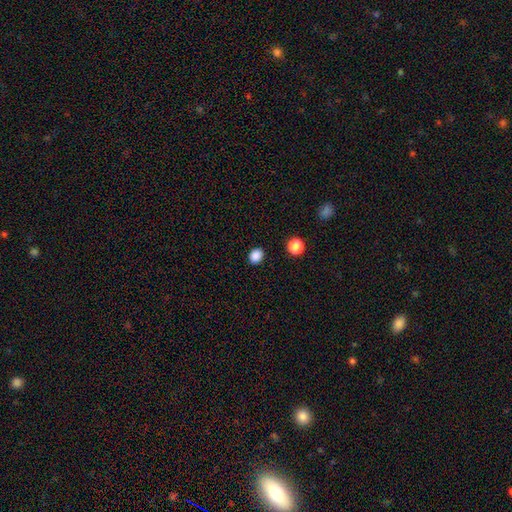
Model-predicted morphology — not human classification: Q: Smooth or featured?
A: smooth (87%); runner-up: star or artifact (10%)
Q: How rounded?
A: round (57%); runner-up: in between (42%)
Q: Merging?
A: none (90%); runner-up: minor disturbance (7%)